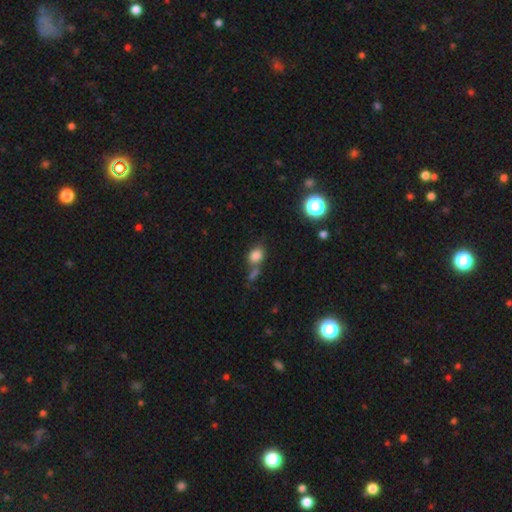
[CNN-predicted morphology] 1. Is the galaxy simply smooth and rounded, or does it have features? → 80% smooth, 13% star or artifact, 7% featured or disk.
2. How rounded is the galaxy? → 61% in between, 37% round, 2% cigar-shaped.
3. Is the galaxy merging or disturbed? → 51% none, 28% merger, 14% minor disturbance, 7% major disturbance.